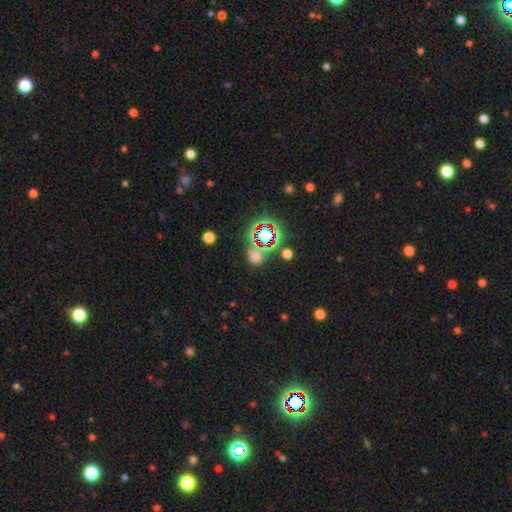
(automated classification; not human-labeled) Morphology: type=smooth (48%); merging=none (57%).